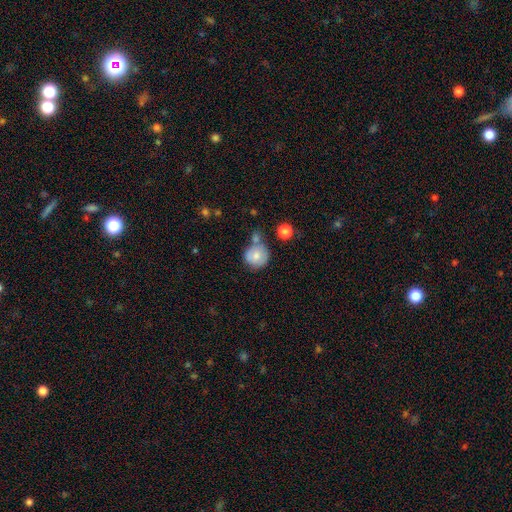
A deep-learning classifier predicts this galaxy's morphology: Smooth or featured: smooth — 75% (featured or disk — 17%)
How rounded: round — 90% (in between — 9%)
Merging: none — 53% (merger — 23%)